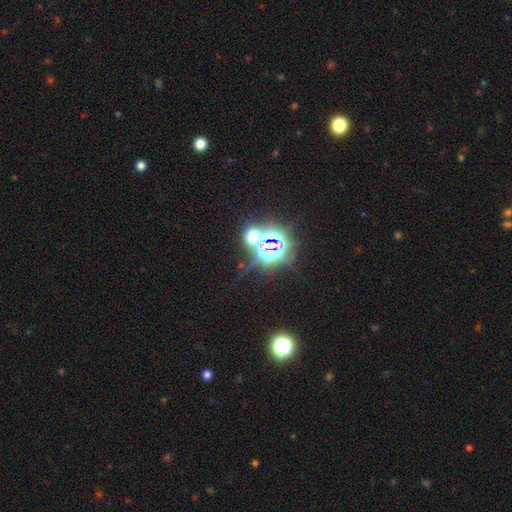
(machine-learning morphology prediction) This appears to be a star or artifact, not a galaxy (81%).